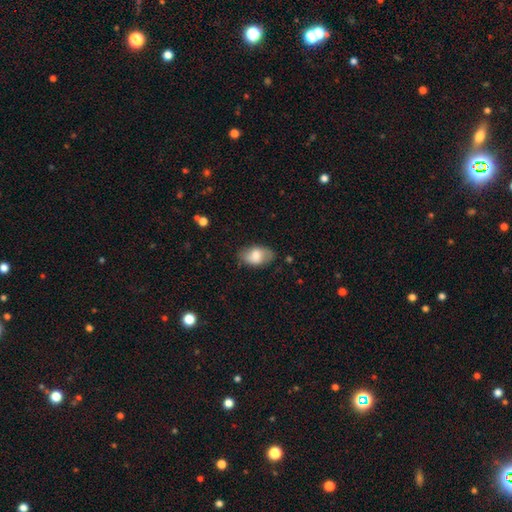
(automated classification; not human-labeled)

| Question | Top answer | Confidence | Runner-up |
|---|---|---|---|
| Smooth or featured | smooth | 72% | featured or disk (21%) |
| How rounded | in between | 92% | round (6%) |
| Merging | none | 77% | minor disturbance (17%) |